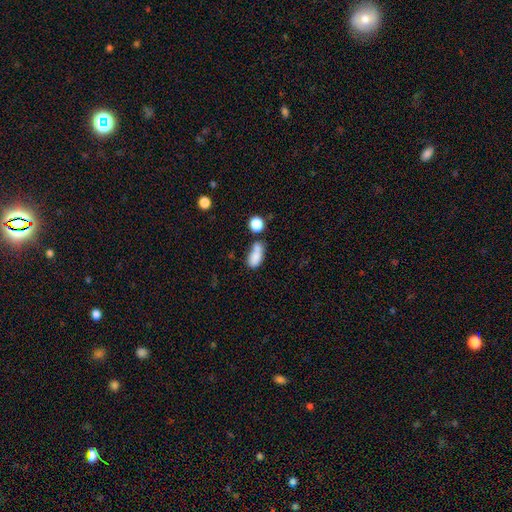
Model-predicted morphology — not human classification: Smooth or featured? smooth (79%)
How rounded? in between (84%)
Merging? none (37%)